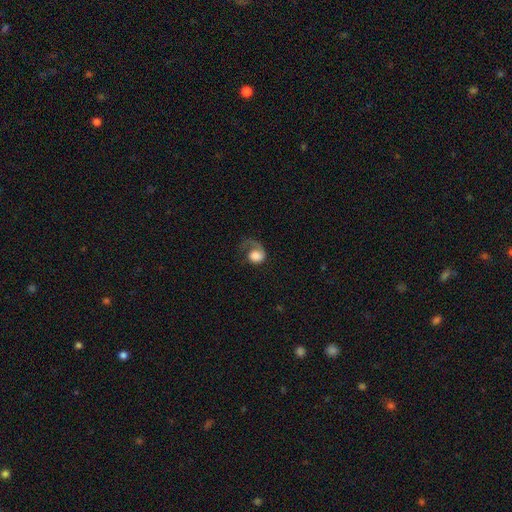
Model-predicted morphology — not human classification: The model was most divided on "smooth or featured": smooth: 49%, featured or disk: 42%, star or artifact: 8%. More confident: merging — major disturbance (53%).